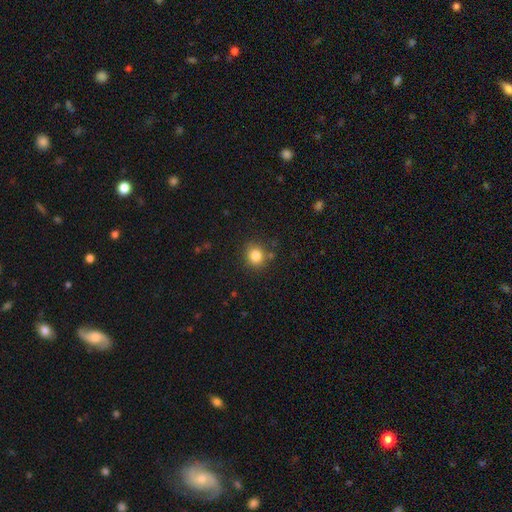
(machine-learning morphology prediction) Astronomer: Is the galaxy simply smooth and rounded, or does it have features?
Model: smooth — 83%.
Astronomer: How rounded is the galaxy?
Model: round — 82%.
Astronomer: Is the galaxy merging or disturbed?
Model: none — 83%.